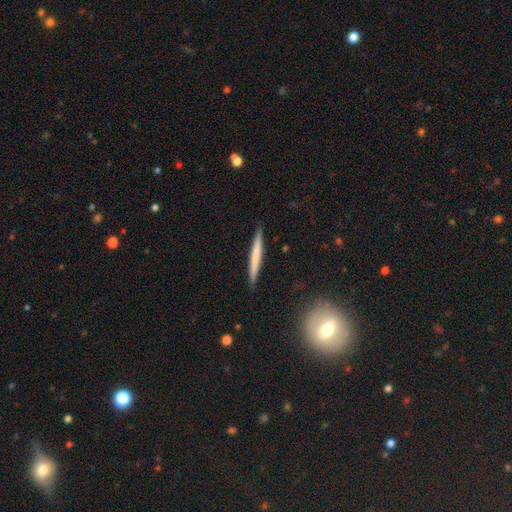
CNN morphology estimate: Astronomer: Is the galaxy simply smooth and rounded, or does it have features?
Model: smooth — 58% (runner-up: featured or disk, 36%).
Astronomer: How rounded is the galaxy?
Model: cigar-shaped — 96%.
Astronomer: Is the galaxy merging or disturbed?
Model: none — 91%.